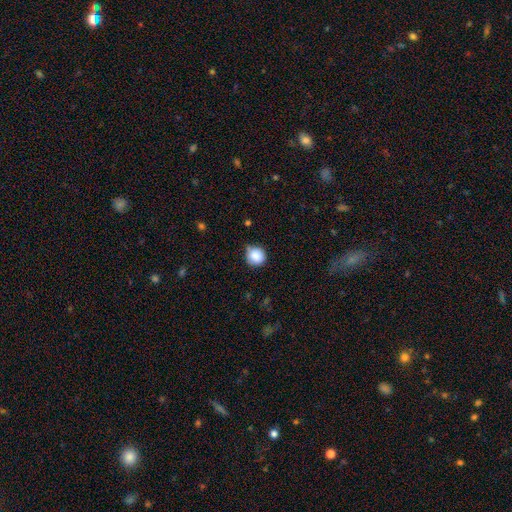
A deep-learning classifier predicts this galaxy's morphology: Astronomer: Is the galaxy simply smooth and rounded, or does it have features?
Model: smooth — 87%.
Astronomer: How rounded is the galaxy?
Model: round — 93%.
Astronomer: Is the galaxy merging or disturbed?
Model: none — 72%.